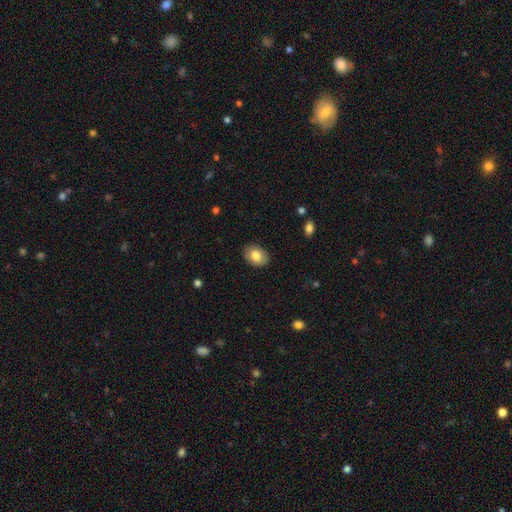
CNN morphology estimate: Smooth or featured: smooth — 80% (featured or disk — 12%)
How rounded: in between — 75% (round — 24%)
Merging: none — 87% (minor disturbance — 10%)